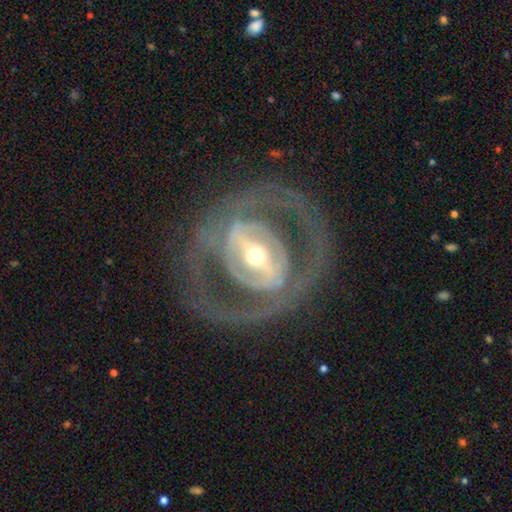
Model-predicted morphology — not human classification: The model was most divided on "spiral arms": yes: 54%, no: 46%. More confident: edge-on disk — no (93%); smooth or featured — featured or disk (84%); merging — none (72%); bulge size — moderate (57%); bar — strong (55%).